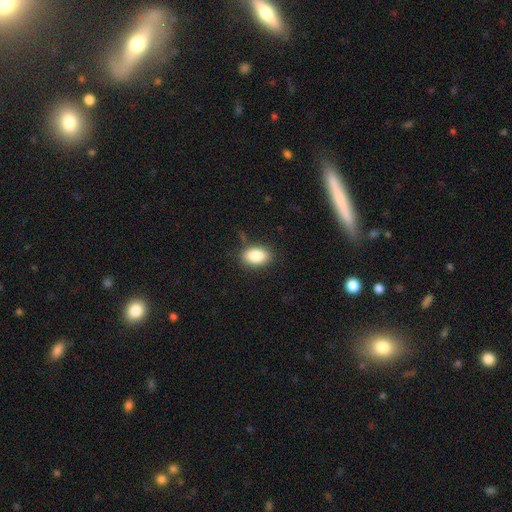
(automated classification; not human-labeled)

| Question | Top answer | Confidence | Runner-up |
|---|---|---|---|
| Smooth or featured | smooth | 87% | star or artifact (8%) |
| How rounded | in between | 88% | round (10%) |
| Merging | none | 82% | minor disturbance (12%) |